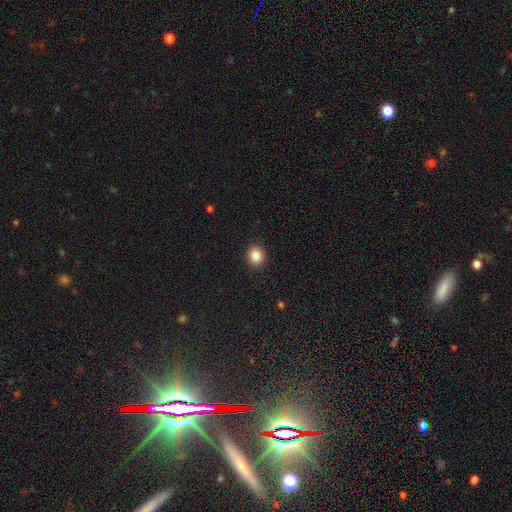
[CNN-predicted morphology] type=smooth (87%); roundness=round (77%); merging=none (91%).